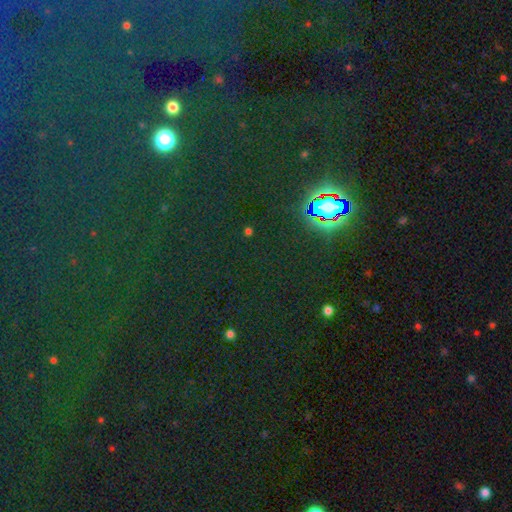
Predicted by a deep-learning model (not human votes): Q: Smooth or featured?
A: star or artifact (82%); runner-up: smooth (11%)